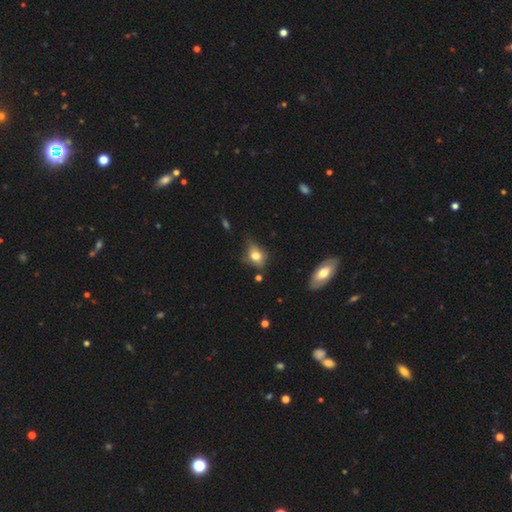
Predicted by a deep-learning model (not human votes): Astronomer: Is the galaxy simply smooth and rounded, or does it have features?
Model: smooth — 67%.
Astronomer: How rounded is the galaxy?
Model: in between — 59% (runner-up: round, 38%).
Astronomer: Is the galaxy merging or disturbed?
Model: none — 50% (runner-up: minor disturbance, 31%).